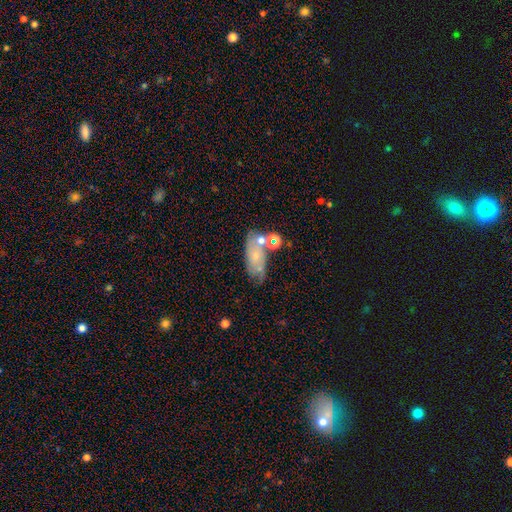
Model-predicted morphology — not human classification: A smooth galaxy with no disk features (51%) that is in between round and cigar-shaped (80%).

Vote fractions:
- Smooth or featured? smooth: 51% / featured or disk: 36% / star or artifact: 13%
- How rounded? in between: 80% / cigar-shaped: 12% / round: 8%
- Merging? none: 44% / minor disturbance: 23% / merger: 21% / major disturbance: 13%